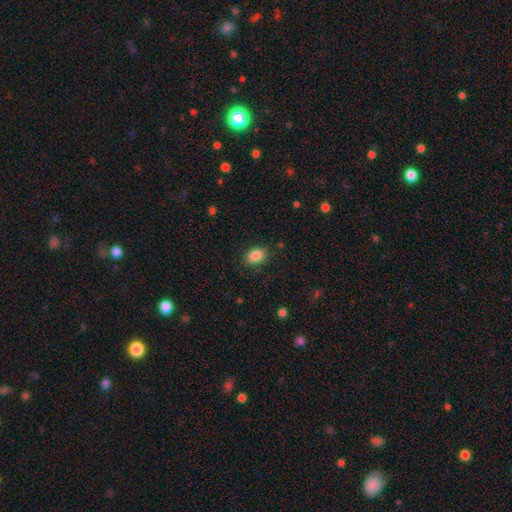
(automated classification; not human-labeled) Smooth or featured? smooth (86%)
How rounded? in between (80%)
Merging? none (86%)